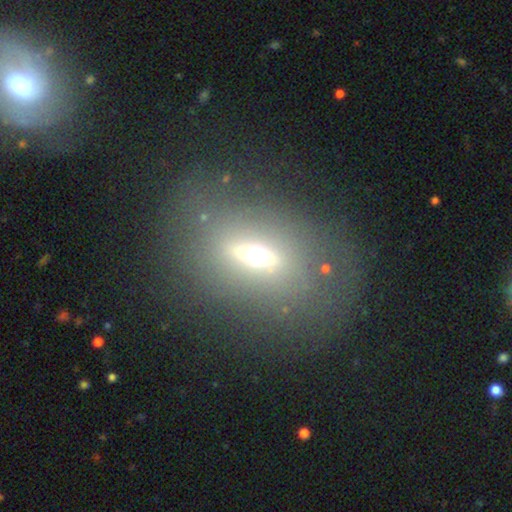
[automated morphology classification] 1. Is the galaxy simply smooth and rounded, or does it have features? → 52% featured or disk, 31% smooth, 17% star or artifact.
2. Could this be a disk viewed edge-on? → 66% yes, 34% no.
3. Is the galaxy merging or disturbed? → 74% none, 12% minor disturbance, 11% major disturbance, 3% merger.